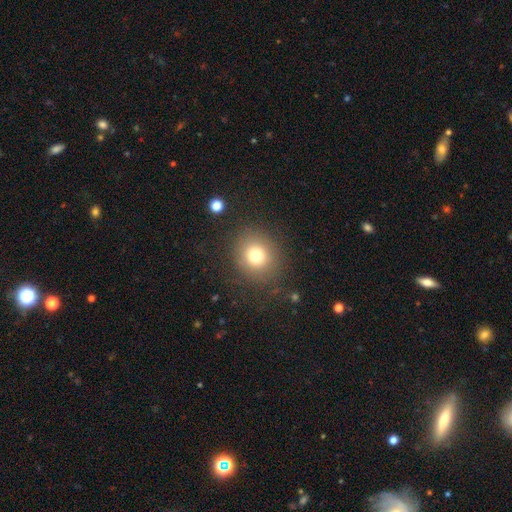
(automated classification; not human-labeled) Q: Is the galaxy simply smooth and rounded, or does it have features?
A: smooth — 75%.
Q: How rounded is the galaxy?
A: round — 82%.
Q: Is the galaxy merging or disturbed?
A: none — 83%.